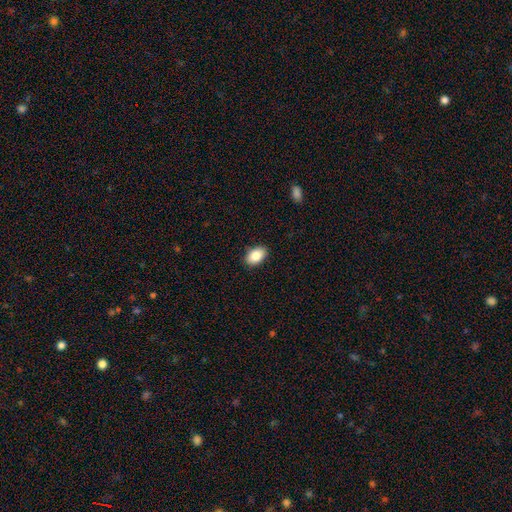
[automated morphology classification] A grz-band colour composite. It shows a smooth galaxy with no disk features (86%) that is in between round and cigar-shaped (90%). Merging: none (89%).